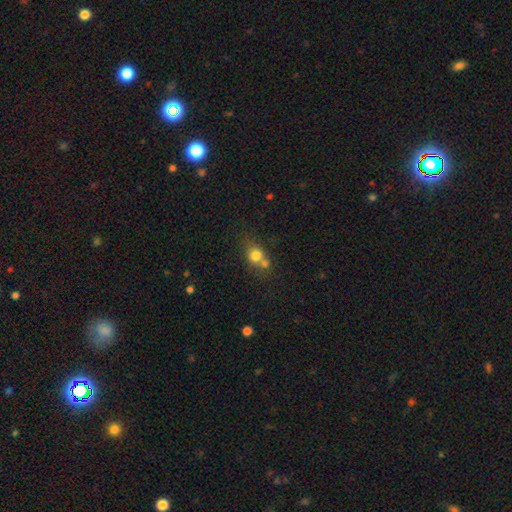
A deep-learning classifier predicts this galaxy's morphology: A smooth galaxy with no disk features (75%) that is round (69%).

Vote fractions:
- Smooth or featured? smooth: 75% / featured or disk: 13% / star or artifact: 12%
- How rounded? round: 69% / in between: 30% / cigar-shaped: 2%
- Merging? none: 43% / merger: 40% / minor disturbance: 12% / major disturbance: 5%